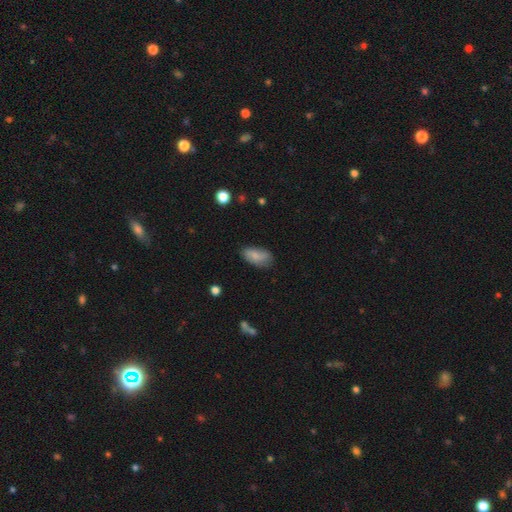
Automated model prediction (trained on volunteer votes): This is likely a smooth galaxy (77%). How rounded: clearly in between (92%). Merging: likely none (66%).